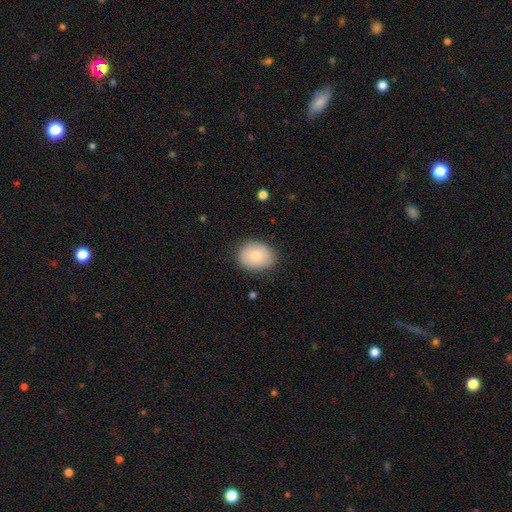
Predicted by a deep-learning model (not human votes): Smooth or featured? Predicted: smooth (p=0.81). How rounded? Predicted: in between (p=0.54). Merging? Predicted: none (p=0.82).